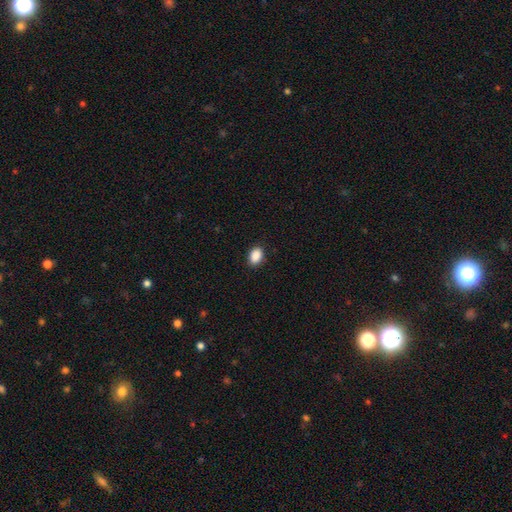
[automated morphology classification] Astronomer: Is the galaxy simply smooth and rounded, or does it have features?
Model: smooth — 90%.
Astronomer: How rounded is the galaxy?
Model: in between — 83%.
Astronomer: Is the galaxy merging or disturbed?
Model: none — 89%.